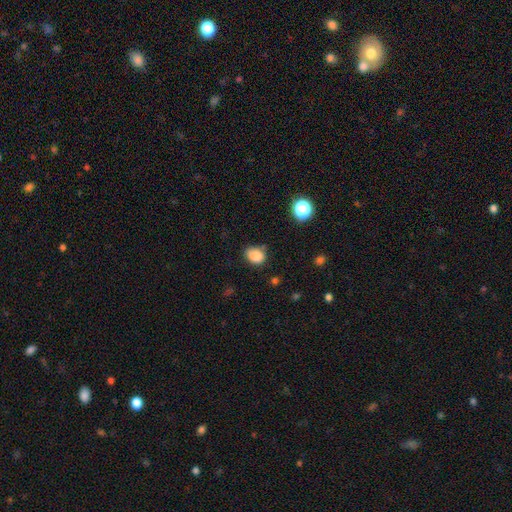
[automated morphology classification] type=smooth (84%); roundness=in between (51%); merging=none (63%).